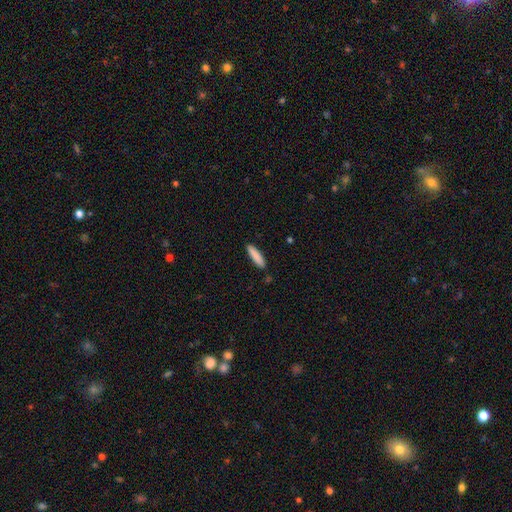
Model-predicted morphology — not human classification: smooth_or_featured: smooth (p=0.87) [alt: featured or disk p=0.07]
how_rounded: cigar-shaped (p=0.76) [alt: in between p=0.23]
merging: none (p=0.88) [alt: minor disturbance p=0.09]